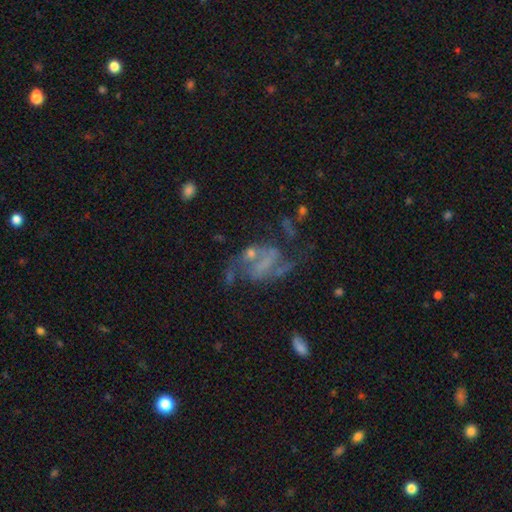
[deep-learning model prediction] The model was most divided on "spiral winding": medium: 45%, loose: 42%, tight: 13%. Remaining: edge-on disk — no (97%); spiral arms — yes (83%); spiral arm count — 2 (82%); smooth or featured — featured or disk (76%); bulge size — none (50%); merging — none (47%); bar — weak (40%).